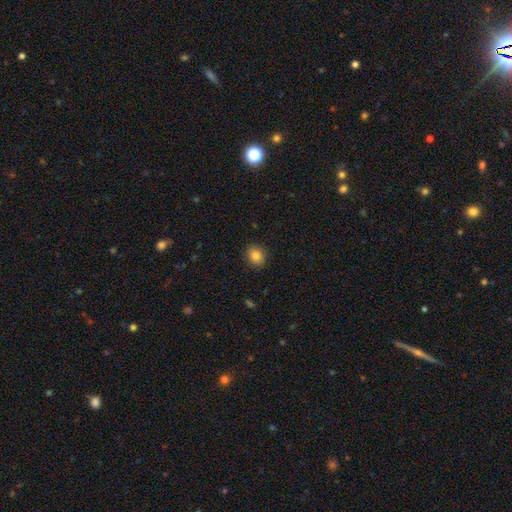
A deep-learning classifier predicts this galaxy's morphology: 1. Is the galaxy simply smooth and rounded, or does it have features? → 84% smooth, 10% star or artifact, 6% featured or disk.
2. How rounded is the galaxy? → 67% round, 32% in between, 1% cigar-shaped.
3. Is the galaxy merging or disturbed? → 89% none, 8% minor disturbance, 2% major disturbance, 1% merger.